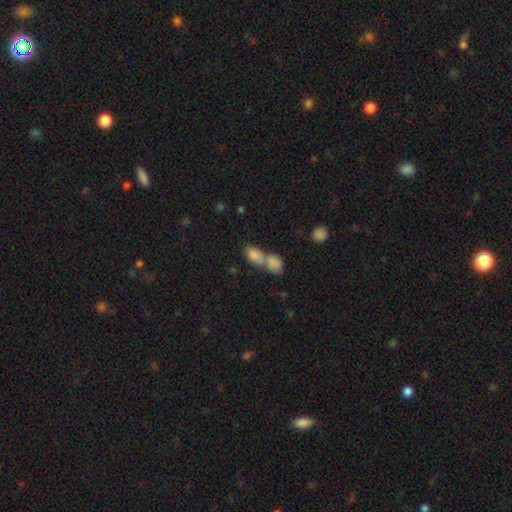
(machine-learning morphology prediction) Smooth or featured? Predicted: smooth (p=0.82). How rounded? Predicted: in between (p=0.86). Merging? Predicted: merger (p=0.65).